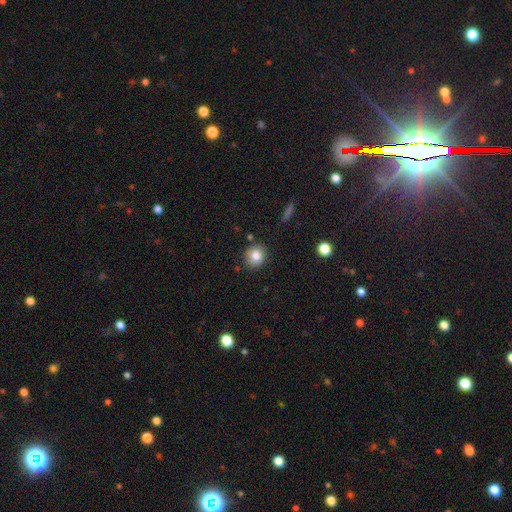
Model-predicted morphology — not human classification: Overall: smooth (83%). How rounded: round (82%). Merging: none (83%).